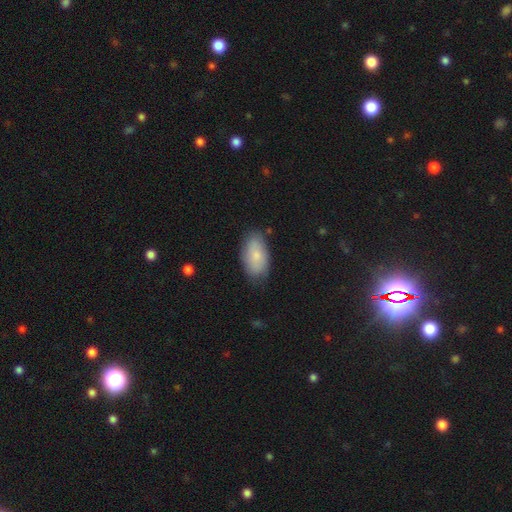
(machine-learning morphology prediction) This is likely a smooth galaxy (78%). How rounded: clearly in between (94%). Merging: likely none (77%).